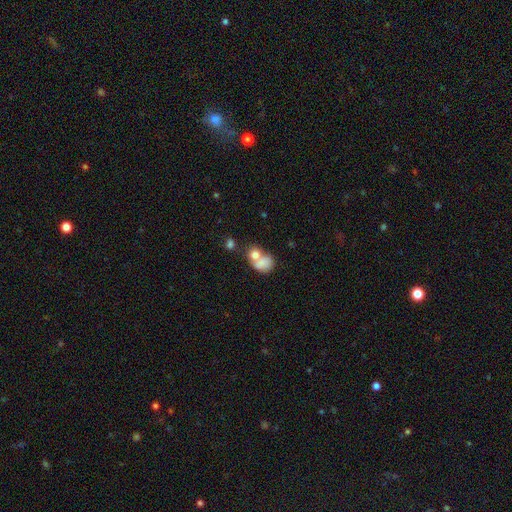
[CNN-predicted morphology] This is likely a smooth galaxy (77%). How rounded: possibly in between (54%). Merging: possibly merger (57%).